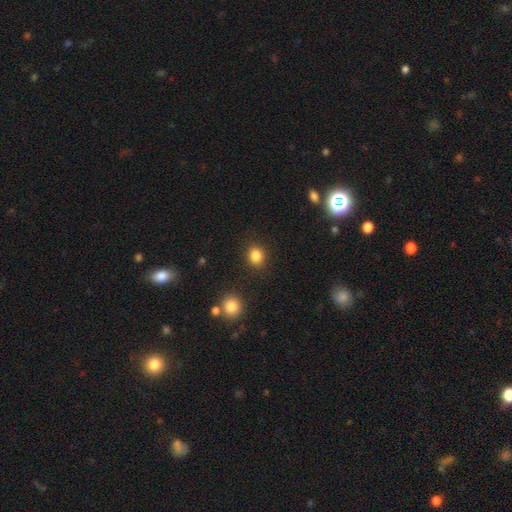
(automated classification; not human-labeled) Smooth or featured?
  - smooth: 85% *
  - star or artifact: 10%
  - featured or disk: 4%
How rounded?
  - round: 54% *
  - in between: 45%
  - cigar-shaped: 1%
Merging?
  - none: 88% *
  - minor disturbance: 8%
  - major disturbance: 3%
  - merger: 2%